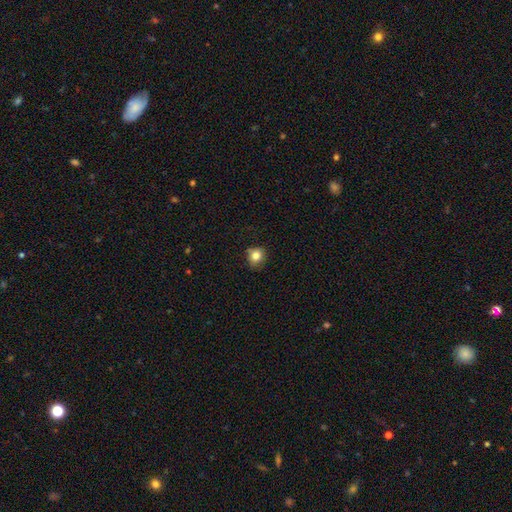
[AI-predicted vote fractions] Smooth or featured? Predicted: smooth (p=0.81). How rounded? Predicted: round (p=0.74). Merging? Predicted: none (p=0.73).